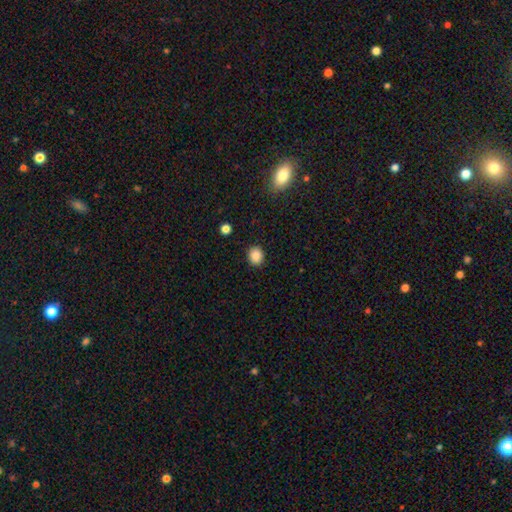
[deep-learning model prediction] This is clearly a smooth galaxy (87%). How rounded: likely round (63%). Merging: clearly none (89%).